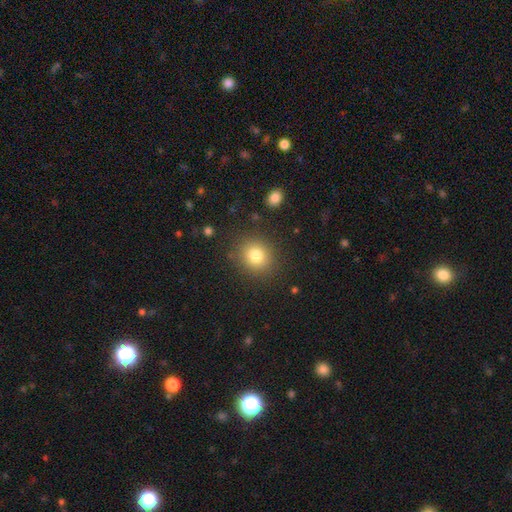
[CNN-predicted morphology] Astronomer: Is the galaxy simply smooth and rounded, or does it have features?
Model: smooth — 80%.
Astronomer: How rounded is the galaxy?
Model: round — 82%.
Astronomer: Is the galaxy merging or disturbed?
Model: none — 86%.